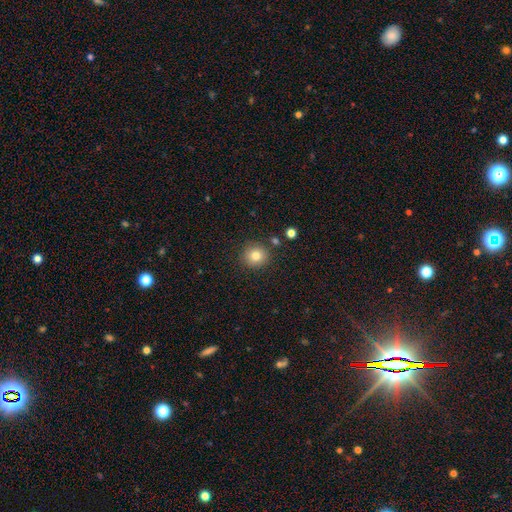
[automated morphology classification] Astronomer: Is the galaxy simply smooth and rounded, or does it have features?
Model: smooth — 80%.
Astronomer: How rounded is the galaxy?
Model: round — 90%.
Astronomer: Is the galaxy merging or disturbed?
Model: none — 86%.